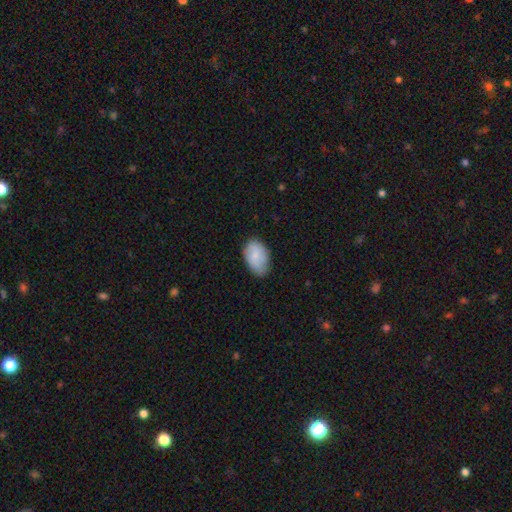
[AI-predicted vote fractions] Smooth or featured?
  - smooth: 73% *
  - featured or disk: 21%
  - star or artifact: 6%
How rounded?
  - in between: 91% *
  - round: 8%
  - cigar-shaped: 1%
Merging?
  - none: 71% *
  - minor disturbance: 24%
  - major disturbance: 4%
  - merger: 1%